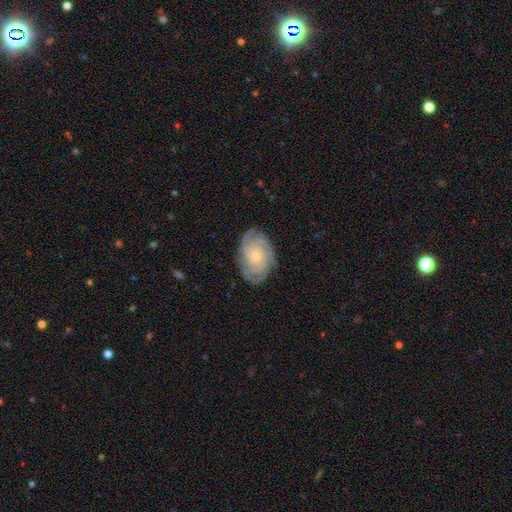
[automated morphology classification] This is clearly a featured or disk galaxy (84%). It is clearly not viewed edge-on (97%). Bar: likely no (77%). Spiral arm pattern: clearly yes (97%). Spiral arm count: marginally 4 (27%). Spiral winding: likely tight (72%). Central bulge: likely small (65%). Merging: clearly none (80%).